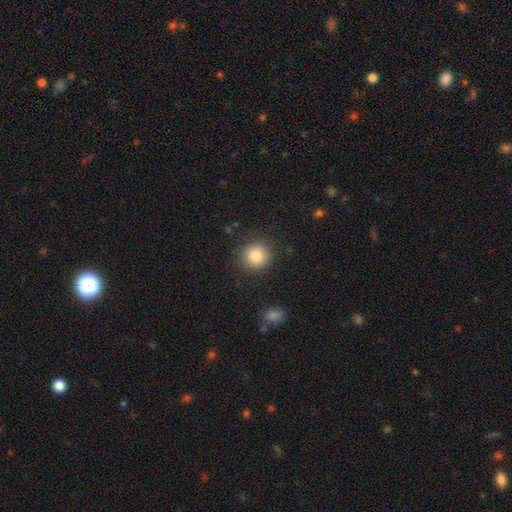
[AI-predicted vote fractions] smooth-or-featured: smooth: 85% | star or artifact: 10% | featured or disk: 6%
  how-rounded: round: 92% | in between: 7% | cigar-shaped: 1%
  merging: none: 87% | minor disturbance: 8% | major disturbance: 3% | merger: 1%